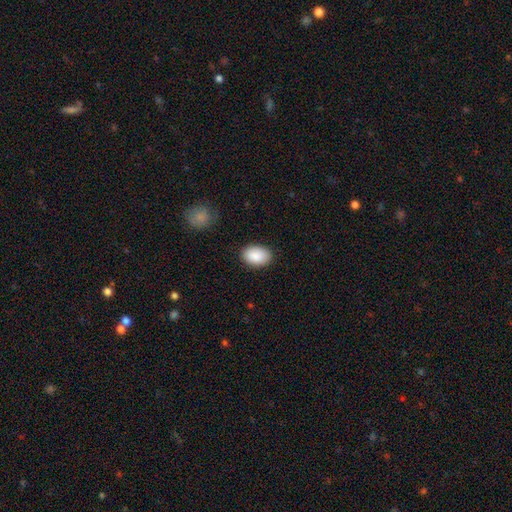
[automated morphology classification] A smooth galaxy with no disk features (89%) that is in between round and cigar-shaped (88%).

Vote fractions:
- Smooth or featured? smooth: 89% / star or artifact: 6% / featured or disk: 4%
- How rounded? in between: 88% / round: 11% / cigar-shaped: 1%
- Merging? none: 86% / minor disturbance: 10% / major disturbance: 2% / merger: 1%